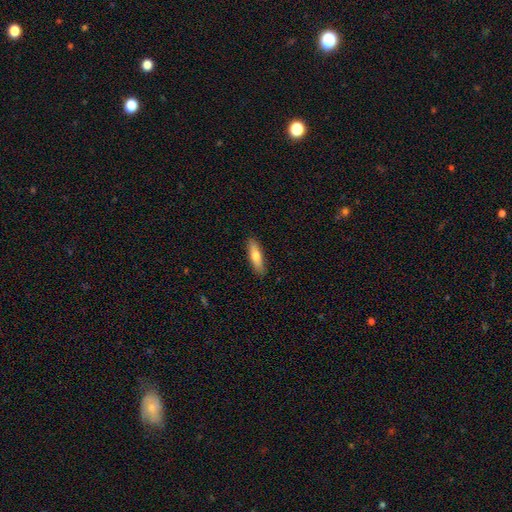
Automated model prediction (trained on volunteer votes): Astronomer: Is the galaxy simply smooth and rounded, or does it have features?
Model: smooth — 70%.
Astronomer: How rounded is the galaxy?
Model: cigar-shaped — 62%.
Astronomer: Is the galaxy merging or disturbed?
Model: none — 89%.